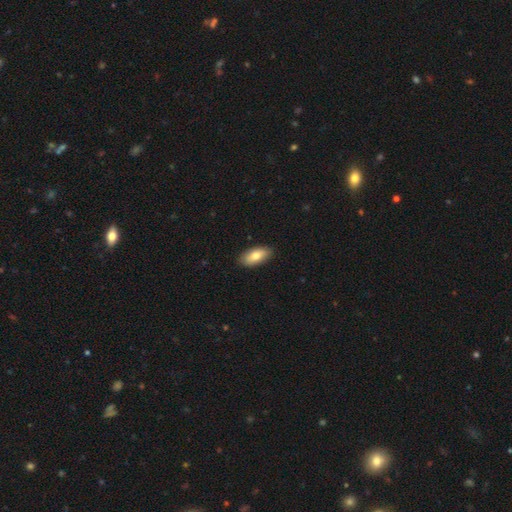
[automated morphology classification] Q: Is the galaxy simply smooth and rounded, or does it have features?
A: smooth — 78%.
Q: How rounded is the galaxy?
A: in between — 90%.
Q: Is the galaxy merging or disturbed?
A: none — 88%.